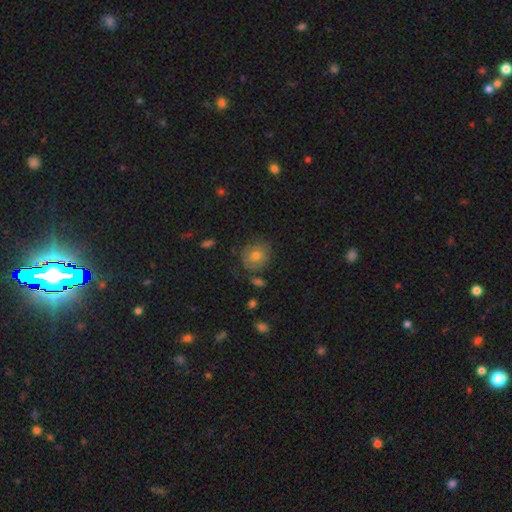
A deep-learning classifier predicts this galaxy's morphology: smooth-or-featured: smooth: 73% | featured or disk: 18% | star or artifact: 10%
  how-rounded: round: 82% | in between: 17% | cigar-shaped: 1%
  merging: none: 71% | minor disturbance: 20% | major disturbance: 6% | merger: 4%